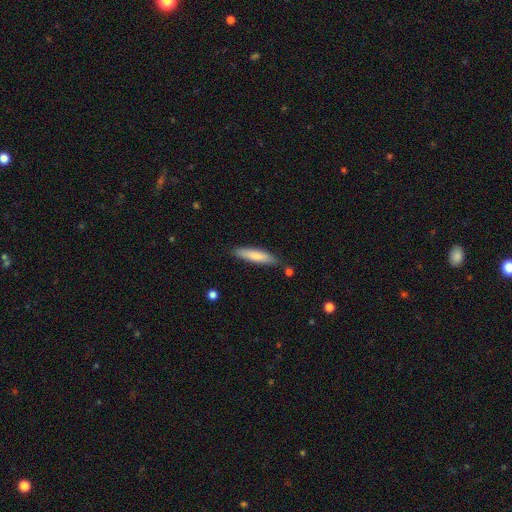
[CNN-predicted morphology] This is likely a smooth galaxy (78%). How rounded: clearly cigar-shaped (80%). Merging: clearly none (83%).